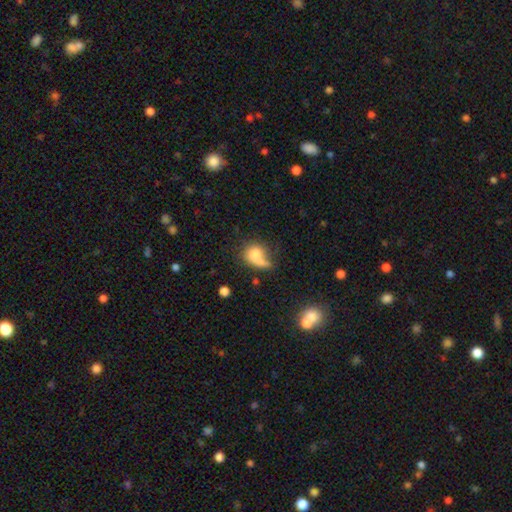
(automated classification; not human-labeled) Morphology: type=smooth (72%); roundness=round (55%); merging=merger (34%).